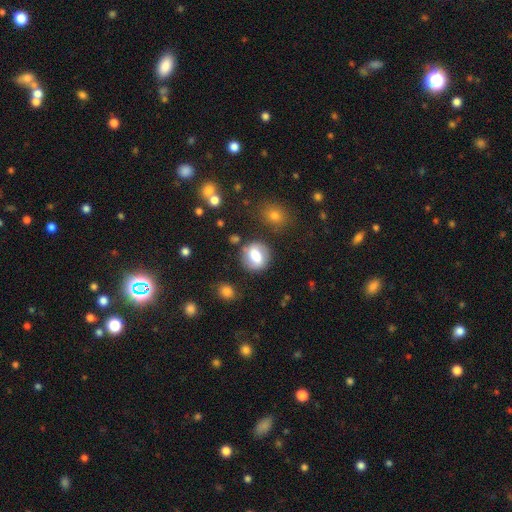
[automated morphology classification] Smooth or featured: smooth — 62% (featured or disk — 30%)
How rounded: round — 66% (in between — 33%)
Merging: none — 76% (minor disturbance — 14%)